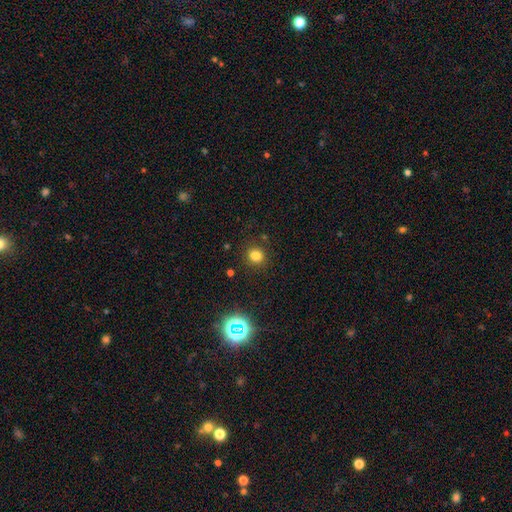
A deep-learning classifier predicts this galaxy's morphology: Smooth or featured? smooth (78%)
How rounded? round (88%)
Merging? none (89%)